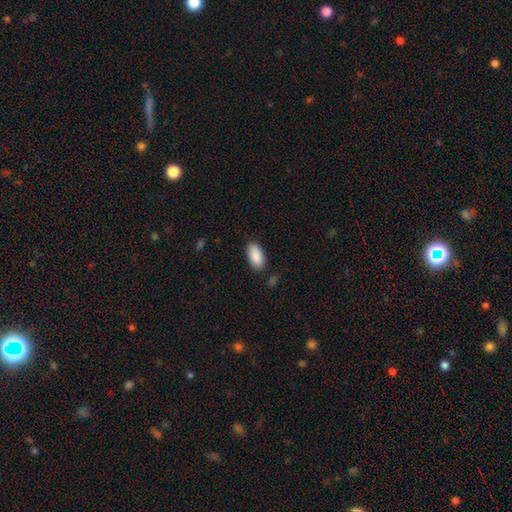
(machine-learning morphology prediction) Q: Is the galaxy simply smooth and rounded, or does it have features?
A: smooth — 90%.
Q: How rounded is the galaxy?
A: in between — 94%.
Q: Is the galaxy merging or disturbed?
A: none — 84%.